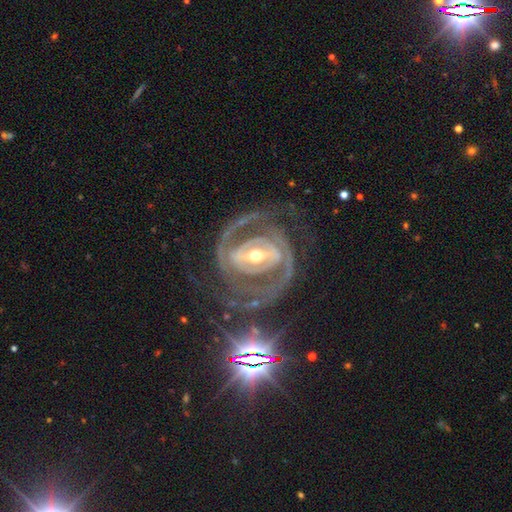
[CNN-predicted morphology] Overall: featured or disk (91%). Edge-on disk: no (97%). Bar: strong (58%; weak 29%). Spiral arms: yes (97%). Spiral arm count: 2 (77%). Spiral winding: tight (49%; medium 42%). Bulge size: moderate (65%; small 27%). Merging: none (68%).